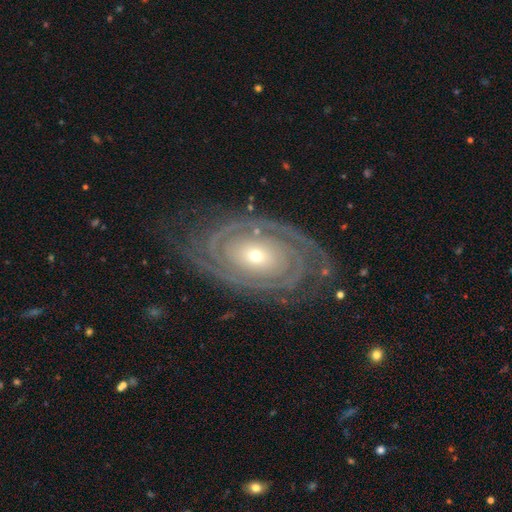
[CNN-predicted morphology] A featured or disk galaxy (89%) with no bar (81%), 2 (56%) tight (84%) spiral arms (95%) and a small central bulge (69%).

Vote fractions:
- Smooth or featured? featured or disk: 89% / smooth: 6% / star or artifact: 5%
- Edge-on disk? no: 96% / yes: 4%
- Bar? no: 81% / weak: 11% / strong: 7%
- Spiral arms? yes: 95% / no: 5%
- Spiral winding? tight: 84% / medium: 13% / loose: 4%
- Spiral arm count? 2: 56% / can't tell: 18% / 3: 10% / 4: 6% / 1: 5% / more than 4: 5%
- Bulge size? small: 69% / moderate: 26% / large: 2% / dominant: 1% / none: 1%
- Merging? none: 77% / minor disturbance: 14% / major disturbance: 8% / merger: 2%